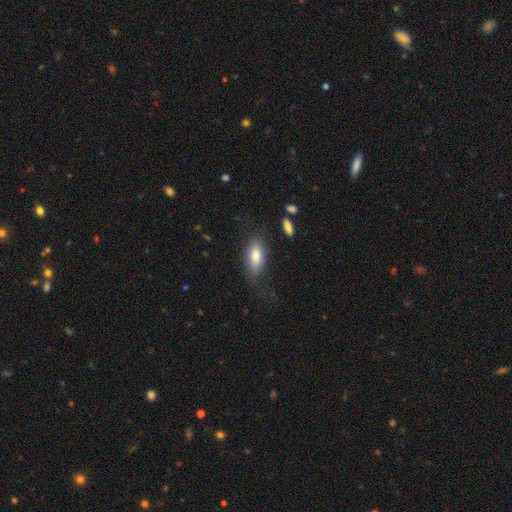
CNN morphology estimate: smooth_or_featured: smooth (p=0.75) [alt: featured or disk p=0.18]
how_rounded: in between (p=0.81) [alt: cigar-shaped p=0.15]
merging: none (p=0.67) [alt: minor disturbance p=0.20]